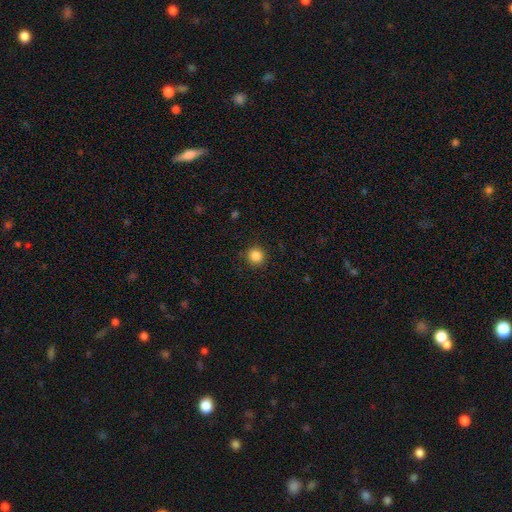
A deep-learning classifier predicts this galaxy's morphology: Overall: smooth (85%). How rounded: round (94%). Merging: none (91%).